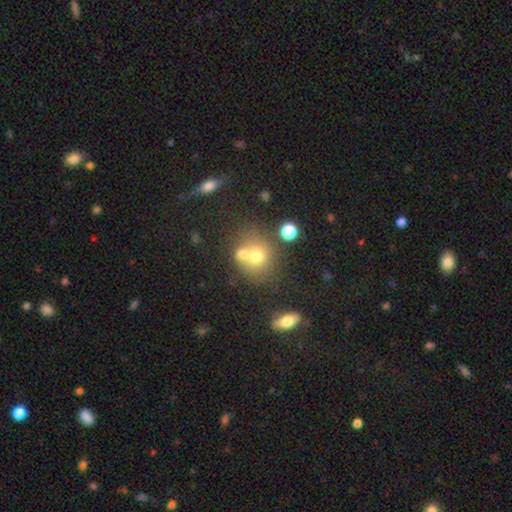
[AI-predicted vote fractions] This is likely a smooth galaxy (65%). How rounded: likely round (77%). Merging: marginally merger (43%).